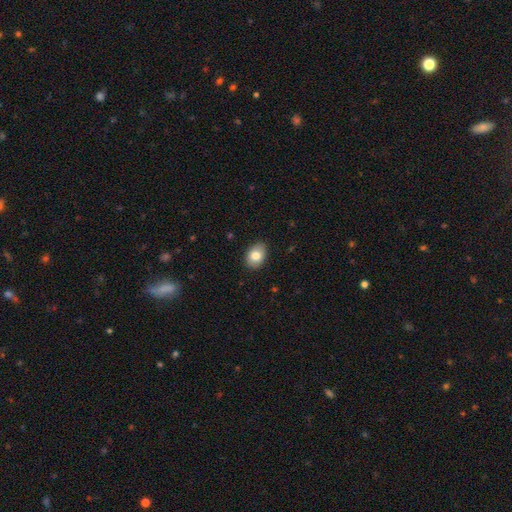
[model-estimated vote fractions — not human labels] A smooth galaxy with no disk features (80%) that is in between round and cigar-shaped (78%).

Vote fractions:
- Smooth or featured? smooth: 80% / featured or disk: 12% / star or artifact: 8%
- How rounded? in between: 78% / round: 21% / cigar-shaped: 1%
- Merging? none: 88% / minor disturbance: 9% / major disturbance: 2% / merger: 1%